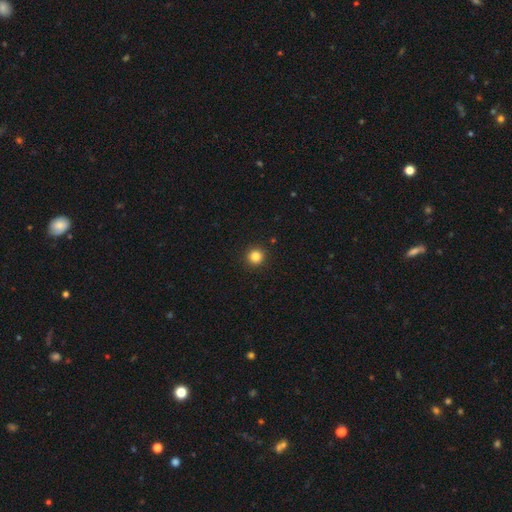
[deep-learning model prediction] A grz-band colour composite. It shows a smooth galaxy with no disk features (85%) that is round (94%). Merging: none (92%).